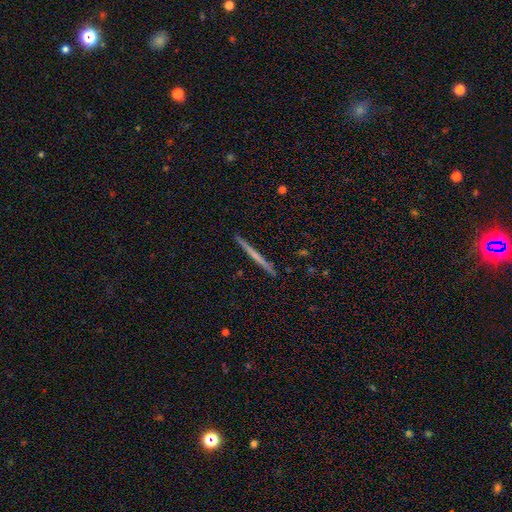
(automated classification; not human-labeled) The model was most divided on "smooth or featured": featured or disk: 50%, smooth: 45%, star or artifact: 6%. More confident: merging — none (92%).